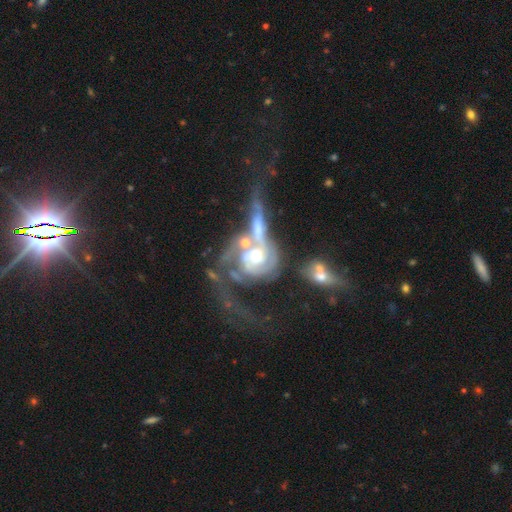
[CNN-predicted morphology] This appears to be a featured or disk galaxy (85%) with no bar (68%), 2 (42%) tight (50%) spiral arms (89%) and a moderate central bulge (66%). Merging: merger (53%).